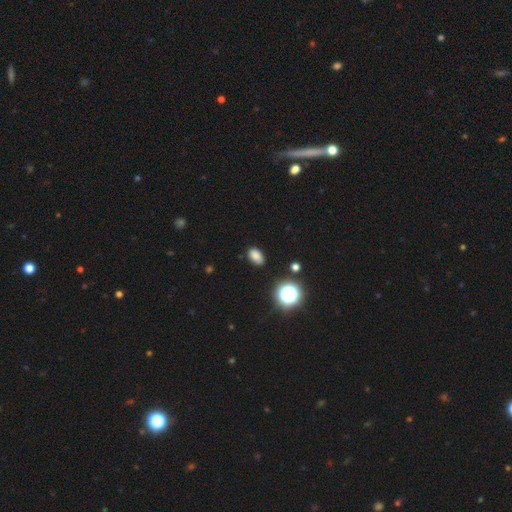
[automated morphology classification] smooth_or_featured: smooth (p=0.80) [alt: star or artifact p=0.15]
how_rounded: in between (p=0.87) [alt: round p=0.10]
merging: none (p=0.84) [alt: minor disturbance p=0.12]